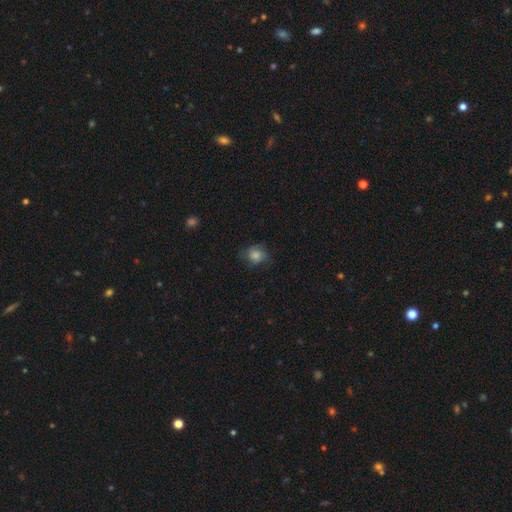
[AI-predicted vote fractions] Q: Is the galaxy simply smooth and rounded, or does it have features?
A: smooth — 67%.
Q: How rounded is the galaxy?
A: round — 69%.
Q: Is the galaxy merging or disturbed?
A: none — 65%.